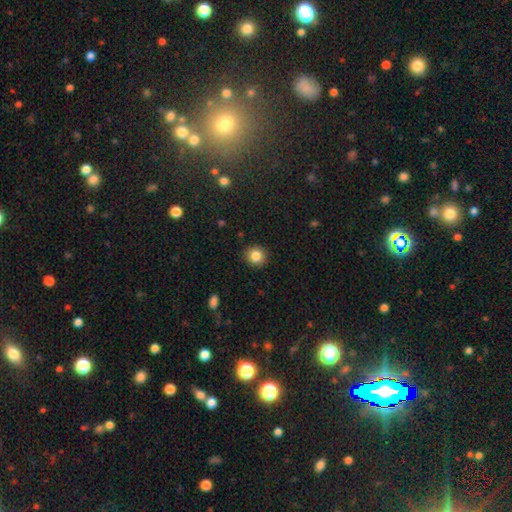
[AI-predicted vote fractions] smooth-or-featured: smooth: 84% | star or artifact: 10% | featured or disk: 6%
  how-rounded: round: 89% | in between: 10% | cigar-shaped: 1%
  merging: none: 91% | minor disturbance: 6% | major disturbance: 2% | merger: 1%